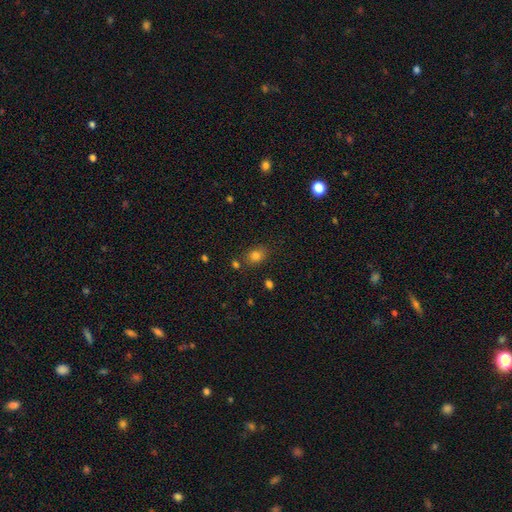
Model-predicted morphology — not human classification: A smooth galaxy with no disk features (79%) that is in between round and cigar-shaped (58%). Merging: none (76%).